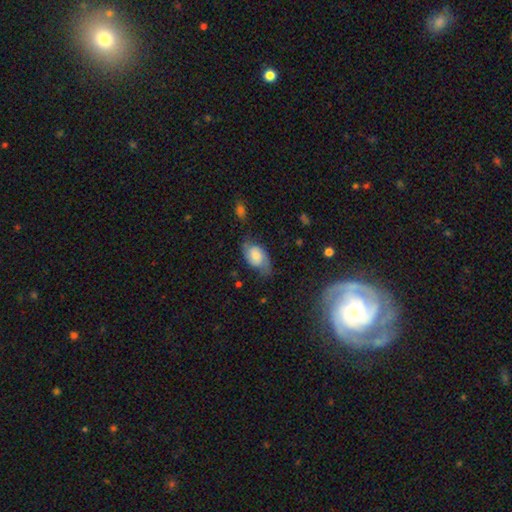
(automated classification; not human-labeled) A smooth galaxy with no disk features (51%) that is in between round and cigar-shaped (89%).

Vote fractions:
- Smooth or featured? smooth: 51% / featured or disk: 40% / star or artifact: 9%
- How rounded? in between: 89% / round: 9% / cigar-shaped: 2%
- Merging? none: 53% / minor disturbance: 31% / major disturbance: 14% / merger: 3%